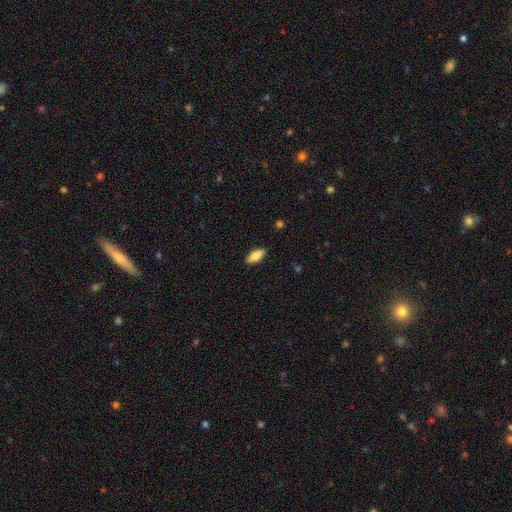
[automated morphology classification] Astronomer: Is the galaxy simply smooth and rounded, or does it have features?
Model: smooth — 84%.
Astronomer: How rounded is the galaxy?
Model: in between — 80%.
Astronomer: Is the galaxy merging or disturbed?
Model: none — 88%.